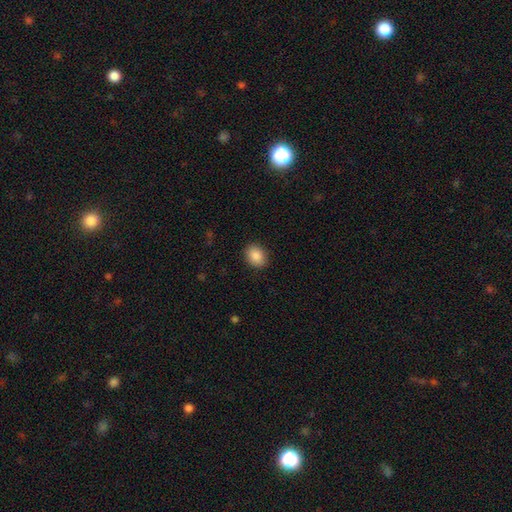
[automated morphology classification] This is clearly a smooth galaxy (88%). How rounded: possibly in between (60%). Merging: clearly none (89%).